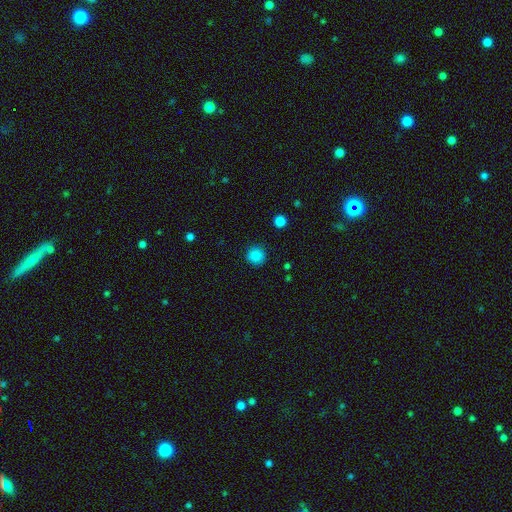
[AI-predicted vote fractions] Smooth or featured: smooth — 86% (star or artifact — 10%)
How rounded: round — 94% (in between — 5%)
Merging: none — 91% (minor disturbance — 6%)